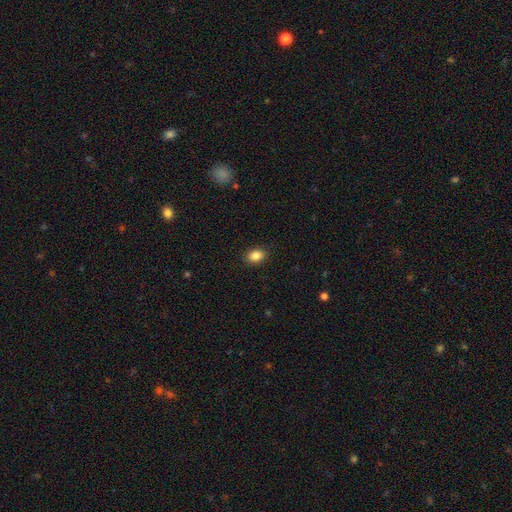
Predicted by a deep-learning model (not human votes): Morphology: type=smooth (87%); roundness=in between (73%); merging=none (89%).